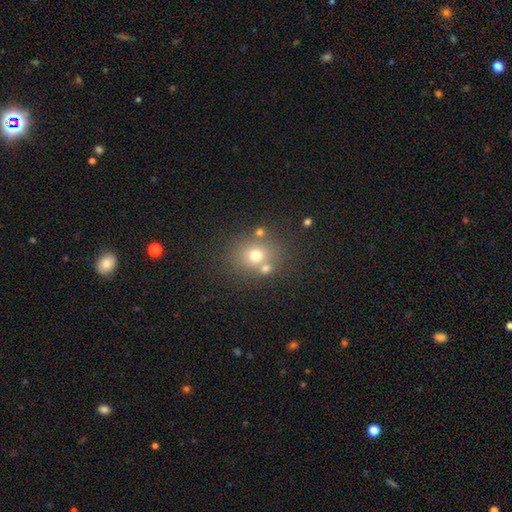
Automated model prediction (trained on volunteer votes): smooth-or-featured: smooth: 68% | star or artifact: 17% | featured or disk: 15%
  how-rounded: round: 75% | in between: 24% | cigar-shaped: 1%
  merging: none: 65% | merger: 20% | minor disturbance: 10% | major disturbance: 5%